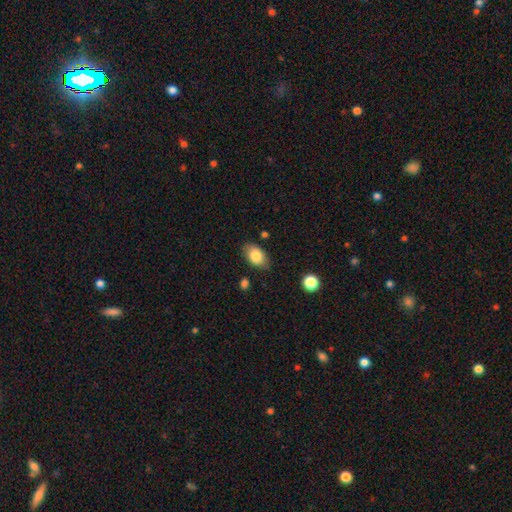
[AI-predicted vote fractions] A smooth galaxy with no disk features (83%) that is in between round and cigar-shaped (89%). Merging: none (80%).